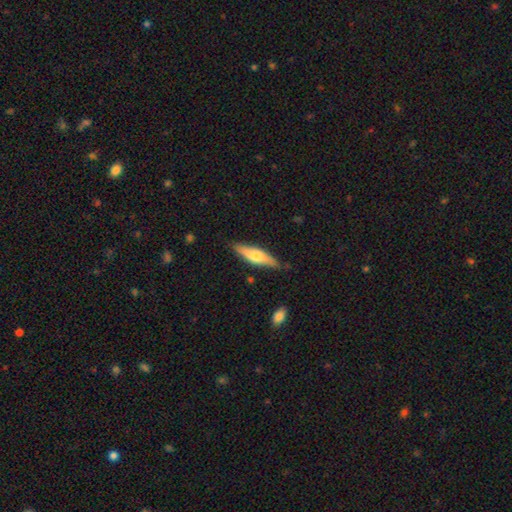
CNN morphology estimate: This is possibly a smooth galaxy (52%). How rounded: likely cigar-shaped (66%). Merging: clearly none (81%).